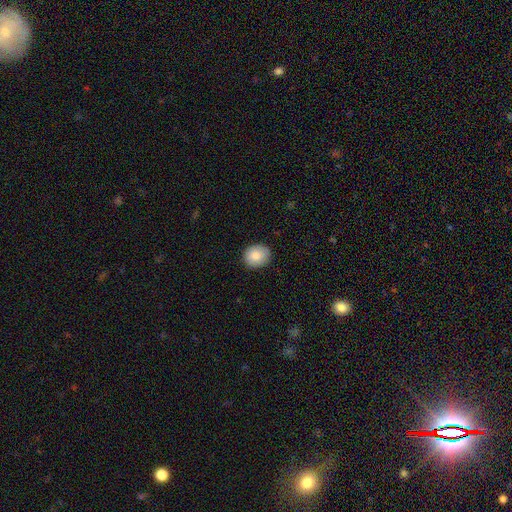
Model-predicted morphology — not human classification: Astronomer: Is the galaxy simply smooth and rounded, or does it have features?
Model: smooth — 84%.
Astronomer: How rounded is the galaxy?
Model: round — 63%.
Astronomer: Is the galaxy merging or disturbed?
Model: none — 88%.